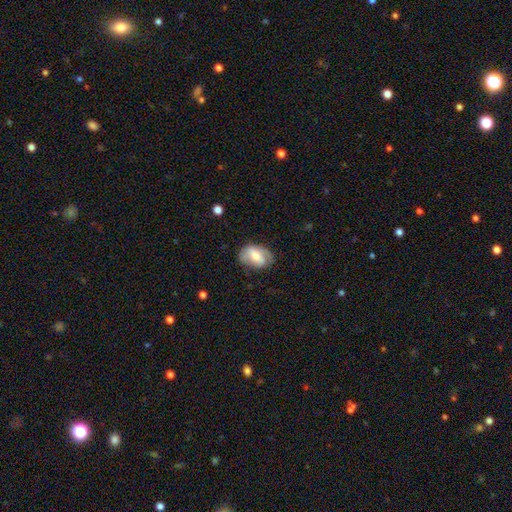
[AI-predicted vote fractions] A smooth galaxy with no disk features (52%) that is in between round and cigar-shaped (81%). Merging: none (66%).